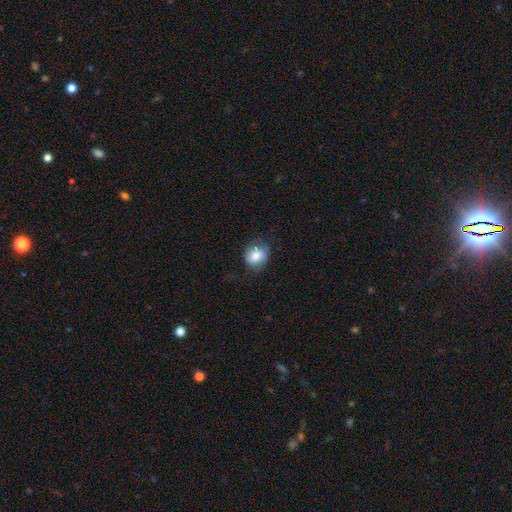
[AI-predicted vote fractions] smooth-or-featured: smooth: 83% | featured or disk: 9% | star or artifact: 8%
  how-rounded: round: 74% | in between: 25% | cigar-shaped: 1%
  merging: none: 75% | minor disturbance: 19% | major disturbance: 5% | merger: 1%